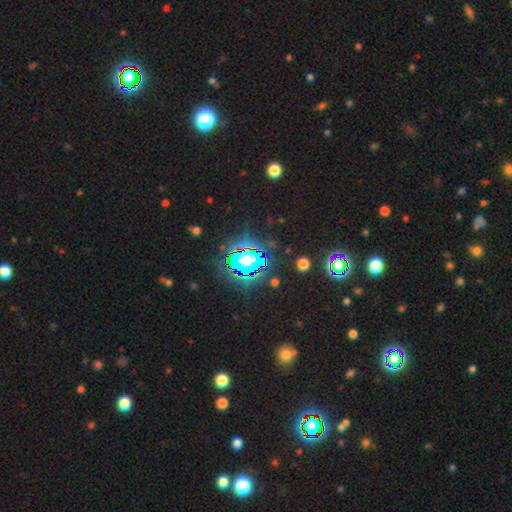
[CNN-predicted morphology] Smooth or featured: star or artifact — 82% (smooth — 11%)